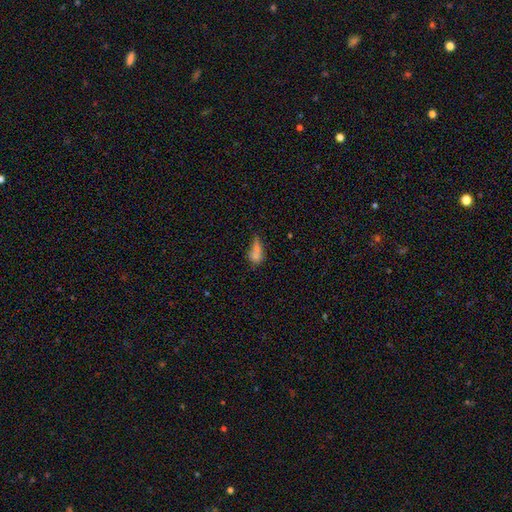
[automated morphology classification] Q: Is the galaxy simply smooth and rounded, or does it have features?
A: smooth — 67%.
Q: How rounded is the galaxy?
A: in between — 61%.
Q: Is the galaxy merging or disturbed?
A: none — 31%.